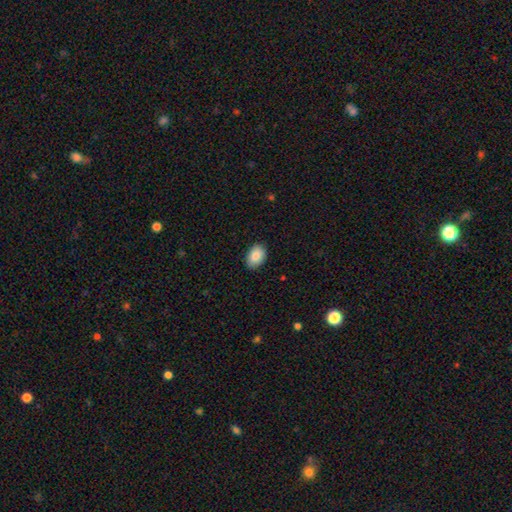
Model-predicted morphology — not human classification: A smooth galaxy with no disk features (85%) that is in between round and cigar-shaped (84%).

Vote fractions:
- Smooth or featured? smooth: 85% / featured or disk: 8% / star or artifact: 7%
- How rounded? in between: 84% / round: 15% / cigar-shaped: 1%
- Merging? none: 88% / minor disturbance: 9% / major disturbance: 2% / merger: 1%